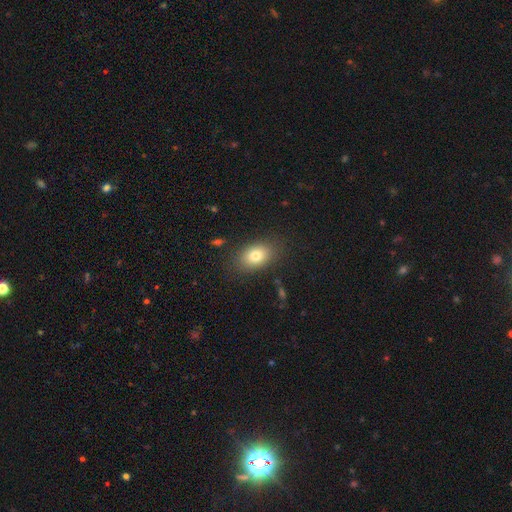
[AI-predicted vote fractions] Smooth or featured: smooth — 79% (featured or disk — 12%)
How rounded: in between — 81% (round — 18%)
Merging: none — 84% (minor disturbance — 11%)